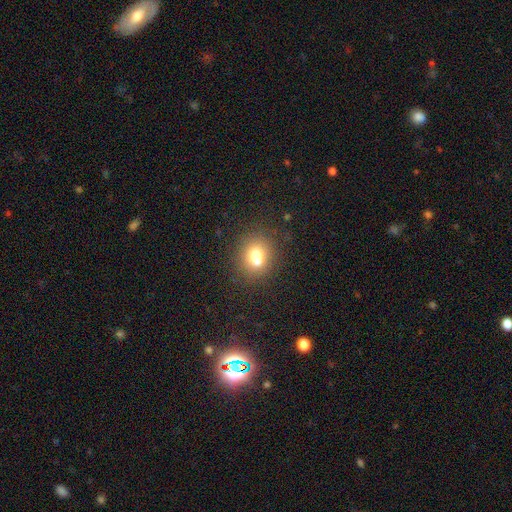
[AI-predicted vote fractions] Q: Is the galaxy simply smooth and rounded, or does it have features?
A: smooth — 70%.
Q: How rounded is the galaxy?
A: round — 59%.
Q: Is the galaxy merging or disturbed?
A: none — 55%.